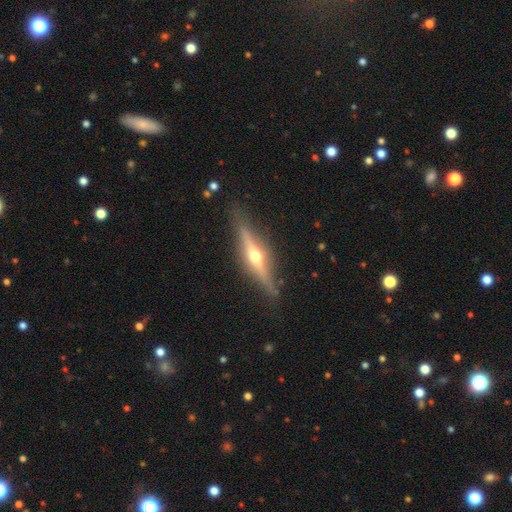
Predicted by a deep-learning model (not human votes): This is likely a featured or disk galaxy (75%). It is clearly viewed edge-on (96%). Edge-on bulge: clearly rounded (95%). Merging: clearly none (86%).